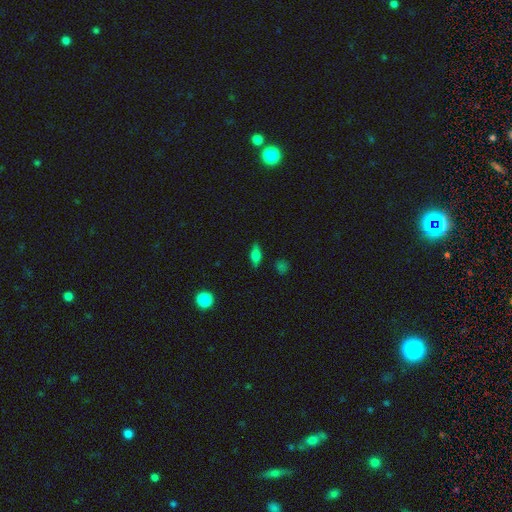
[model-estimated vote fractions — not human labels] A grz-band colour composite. It shows a smooth galaxy with no disk features (67%) that is in between round and cigar-shaped (71%). Merging: none (83%).